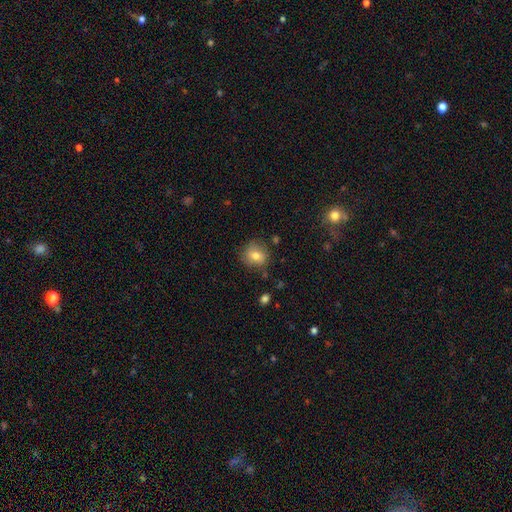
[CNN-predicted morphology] smooth-or-featured: smooth: 78% | featured or disk: 12% | star or artifact: 10%
  how-rounded: round: 77% | in between: 22% | cigar-shaped: 1%
  merging: none: 77% | minor disturbance: 17% | major disturbance: 4% | merger: 3%